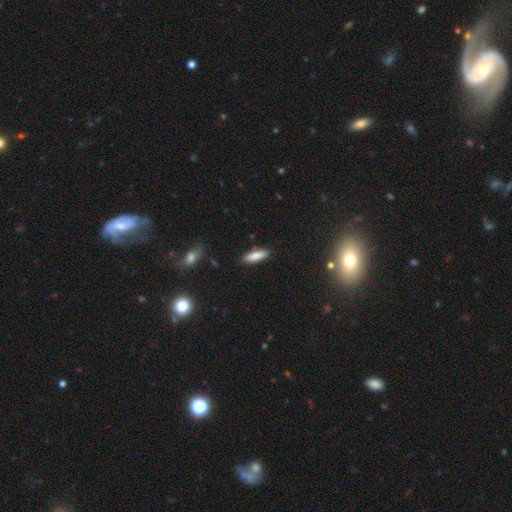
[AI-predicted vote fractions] Smooth or featured? Predicted: smooth (p=0.85). How rounded? Predicted: cigar-shaped (p=0.52). Merging? Predicted: none (p=0.87).